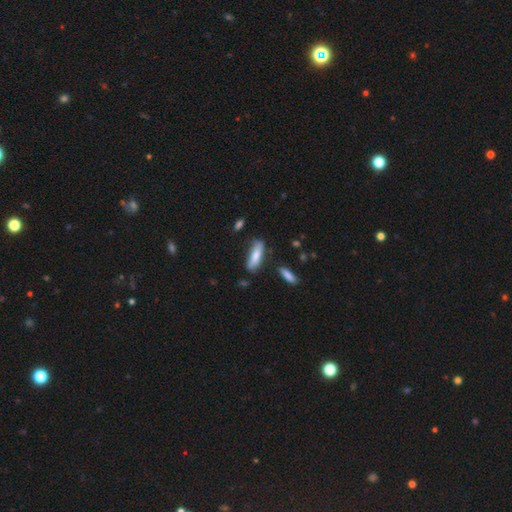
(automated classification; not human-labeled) Q: Smooth or featured?
A: smooth (71%); runner-up: featured or disk (23%)
Q: How rounded?
A: cigar-shaped (53%); runner-up: in between (45%)
Q: Merging?
A: none (64%); runner-up: minor disturbance (25%)